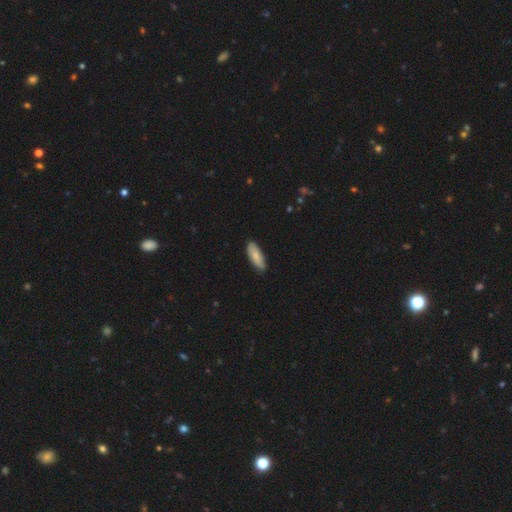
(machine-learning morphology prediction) This is likely a smooth galaxy (79%). How rounded: likely in between (64%). Merging: clearly none (84%).